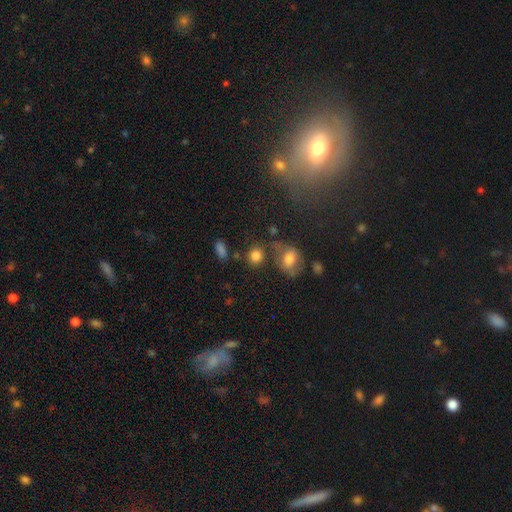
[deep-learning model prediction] Morphology: type=smooth (82%); roundness=round (75%); merging=none (67%).